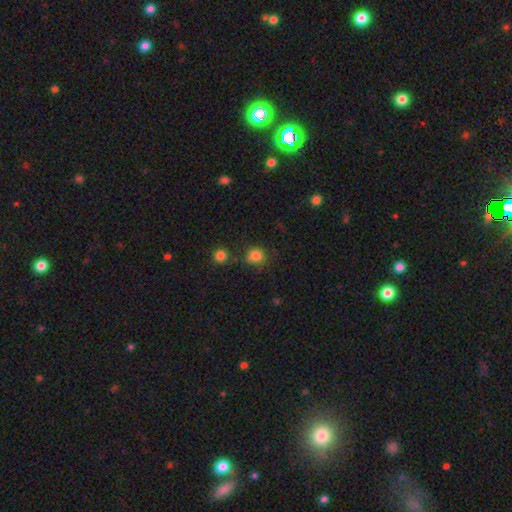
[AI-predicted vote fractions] This appears to be a smooth galaxy with no disk features (82%) that is round (85%). Merging: none (75%).